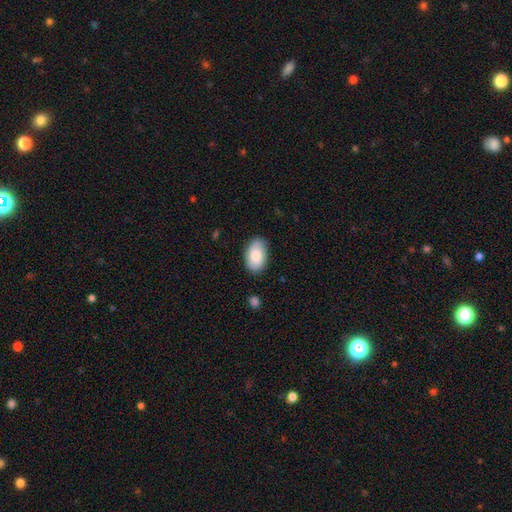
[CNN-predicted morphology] Smooth or featured?
  - smooth: 76% *
  - featured or disk: 18%
  - star or artifact: 6%
How rounded?
  - in between: 92% *
  - round: 7%
  - cigar-shaped: 1%
Merging?
  - none: 81% *
  - minor disturbance: 14%
  - major disturbance: 3%
  - merger: 1%